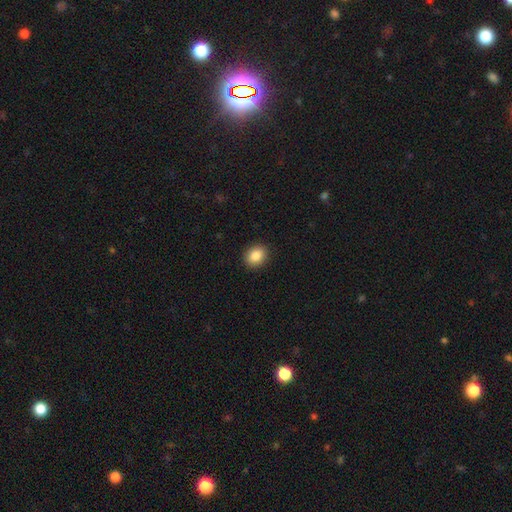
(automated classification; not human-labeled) Overall: smooth (87%). How rounded: round (54%; in between 45%). Merging: none (91%).